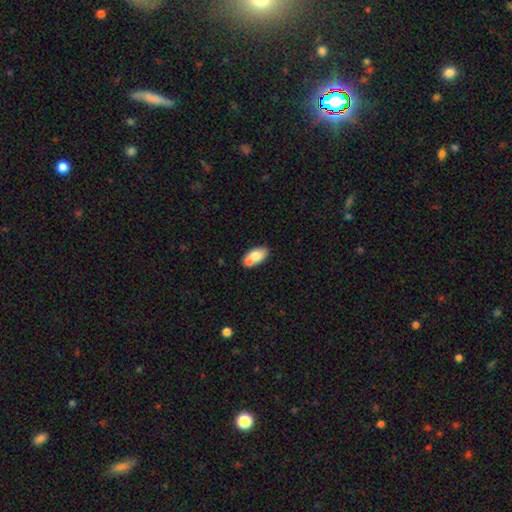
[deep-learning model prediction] This is likely a smooth galaxy (72%). How rounded: clearly in between (89%). Merging: marginally merger (43%).